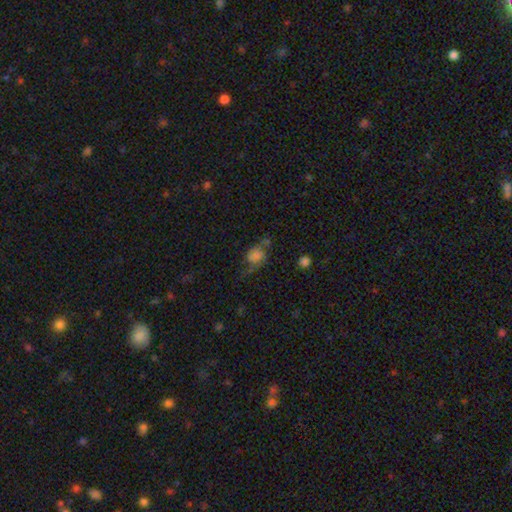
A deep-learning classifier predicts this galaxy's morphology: This is possibly a smooth galaxy (50%). How rounded: possibly round (49%). Merging: marginally none (42%).